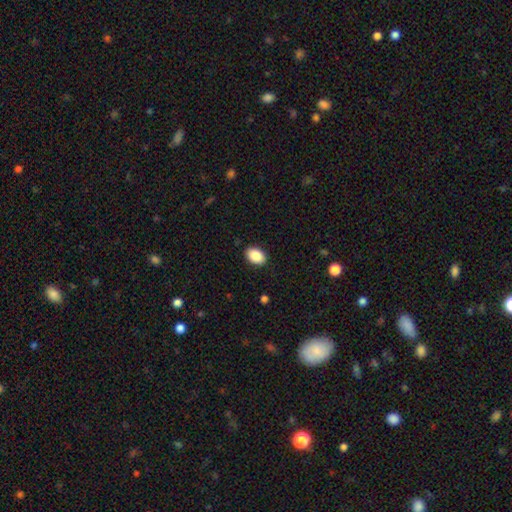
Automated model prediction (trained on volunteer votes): A smooth galaxy with no disk features (89%) that is in between round and cigar-shaped (85%).

Vote fractions:
- Smooth or featured? smooth: 89% / star or artifact: 7% / featured or disk: 4%
- How rounded? in between: 85% / round: 14% / cigar-shaped: 1%
- Merging? none: 89% / minor disturbance: 8% / major disturbance: 2% / merger: 1%